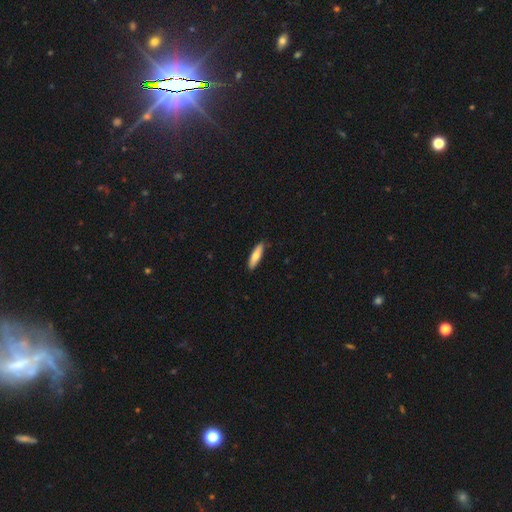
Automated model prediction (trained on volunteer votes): smooth-or-featured: smooth: 71% | featured or disk: 23% | star or artifact: 5%
  how-rounded: cigar-shaped: 65% | in between: 33% | round: 2%
  merging: none: 88% | minor disturbance: 10% | major disturbance: 2% | merger: 1%